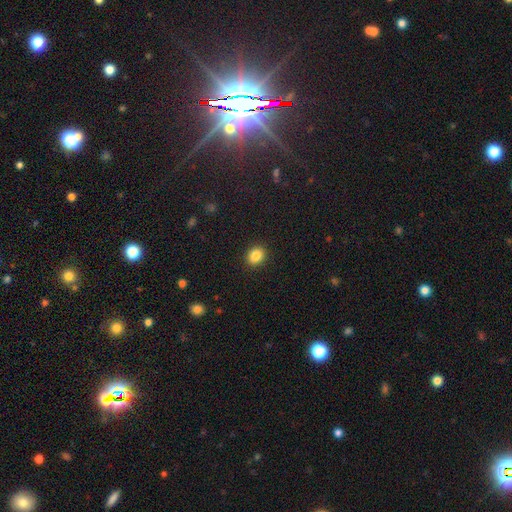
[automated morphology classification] Smooth or featured?
  - smooth: 86% *
  - star or artifact: 10%
  - featured or disk: 5%
How rounded?
  - round: 60% *
  - in between: 39%
  - cigar-shaped: 1%
Merging?
  - none: 91% *
  - minor disturbance: 6%
  - major disturbance: 2%
  - merger: 1%